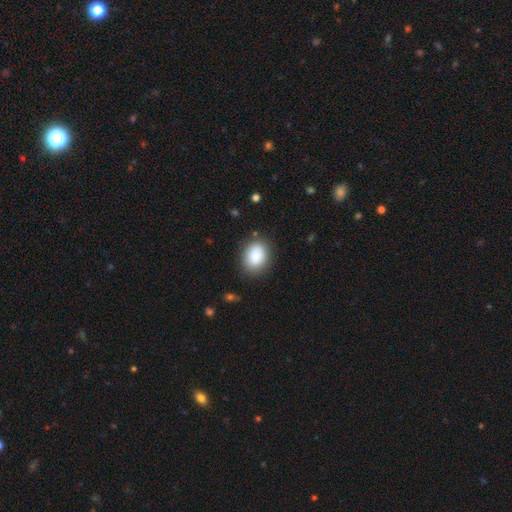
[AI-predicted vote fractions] This appears to be a smooth galaxy with no disk features (87%) that is in between round and cigar-shaped (60%). Merging: none (84%).